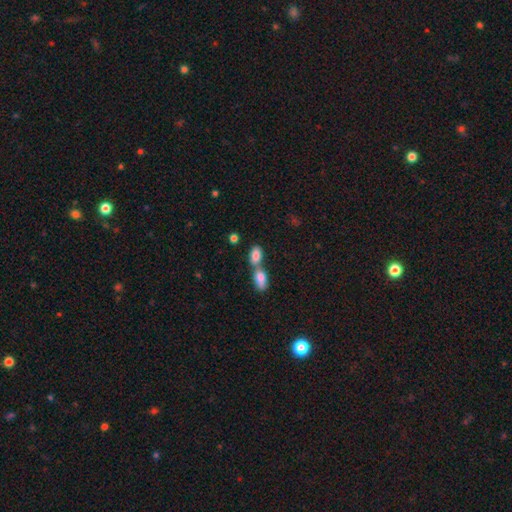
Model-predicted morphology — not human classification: The model was most divided on "merging": merger: 63%, none: 27%, minor disturbance: 7%, major disturbance: 3%. More confident: how rounded — in between (89%); smooth or featured — smooth (84%).